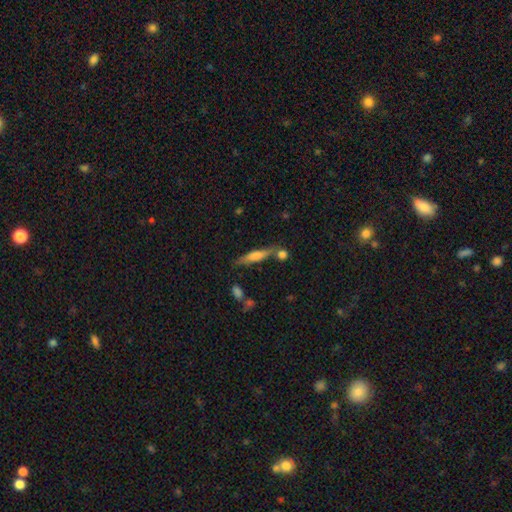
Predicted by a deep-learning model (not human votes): The model was most divided on "smooth or featured": featured or disk: 47%, smooth: 44%, star or artifact: 9%. More confident: merging — none (69%).